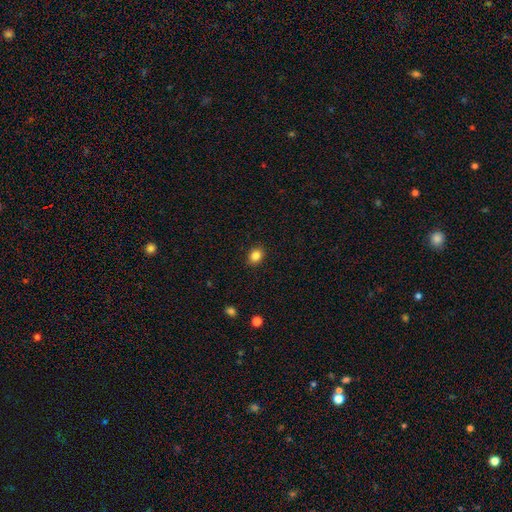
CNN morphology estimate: Smooth or featured?
  - smooth: 85% *
  - star or artifact: 11%
  - featured or disk: 5%
How rounded?
  - round: 53% *
  - in between: 46%
  - cigar-shaped: 1%
Merging?
  - none: 89% *
  - minor disturbance: 8%
  - major disturbance: 2%
  - merger: 1%